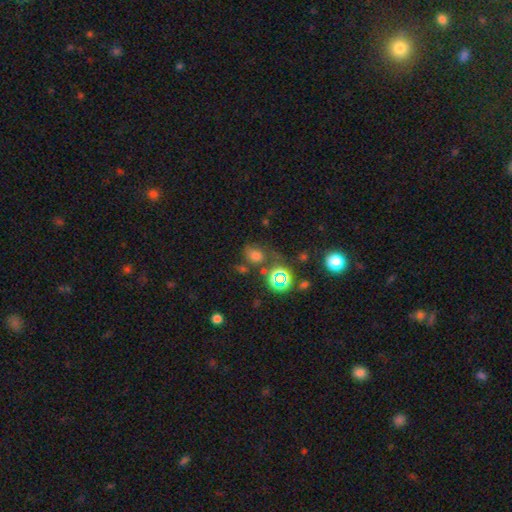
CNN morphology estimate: This is likely a smooth galaxy (60%). How rounded: possibly round (56%). Merging: possibly none (58%).